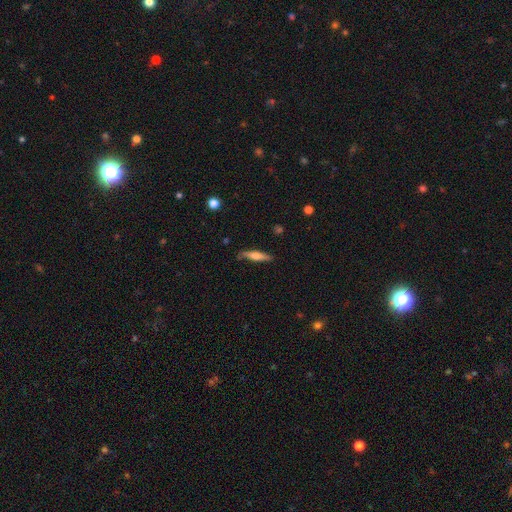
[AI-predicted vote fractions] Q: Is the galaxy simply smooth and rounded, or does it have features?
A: smooth — 52%.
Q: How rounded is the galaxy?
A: cigar-shaped — 85%.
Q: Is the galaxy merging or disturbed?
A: none — 78%.